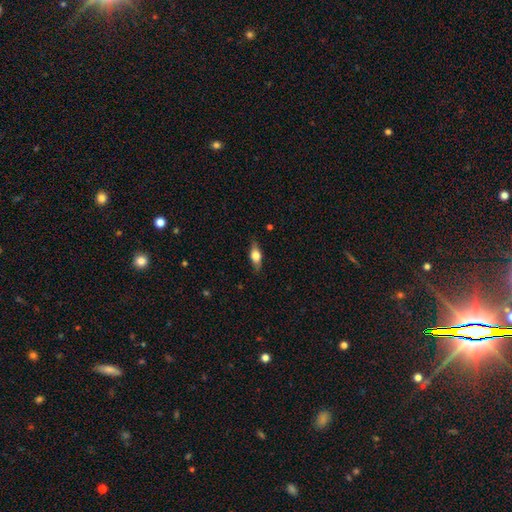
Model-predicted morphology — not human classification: Smooth or featured: smooth — 56% (featured or disk — 37%)
How rounded: in between — 67% (cigar-shaped — 26%)
Merging: none — 82% (minor disturbance — 14%)